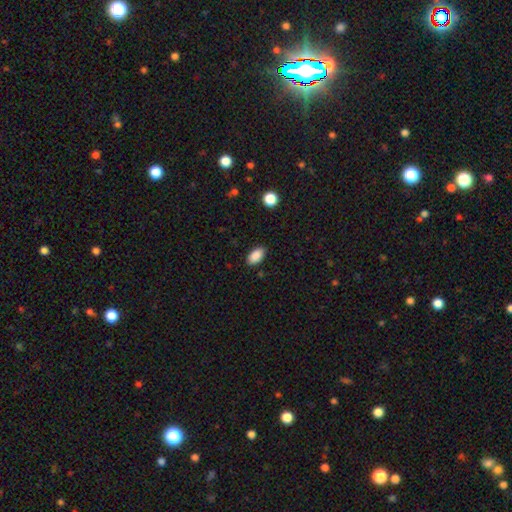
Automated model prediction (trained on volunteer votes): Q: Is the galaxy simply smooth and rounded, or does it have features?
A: smooth — 88%.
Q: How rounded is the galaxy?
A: in between — 93%.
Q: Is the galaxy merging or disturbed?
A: none — 87%.